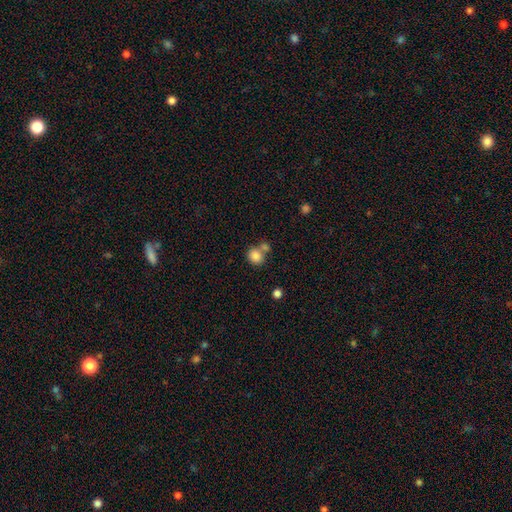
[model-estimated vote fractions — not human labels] A smooth galaxy with no disk features (84%) that is round (73%). Merging: none (52%).